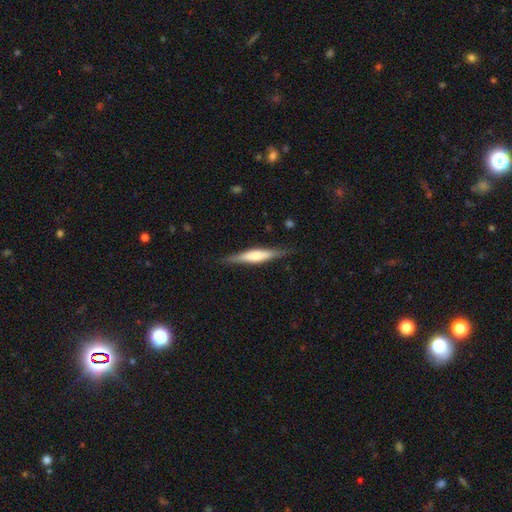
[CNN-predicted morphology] This appears to be a featured or disk galaxy (53%) viewed edge-on (96%) with a rounded central bulge (58%). Merging: none (85%).